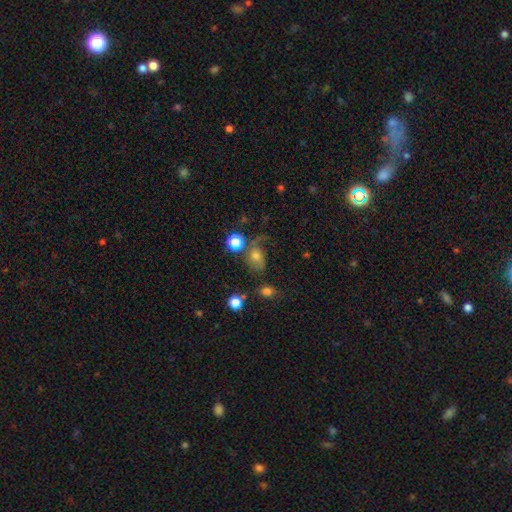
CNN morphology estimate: Smooth or featured? Predicted: smooth (p=0.53). How rounded? Predicted: round (p=0.50). Merging? Predicted: none (p=0.39).